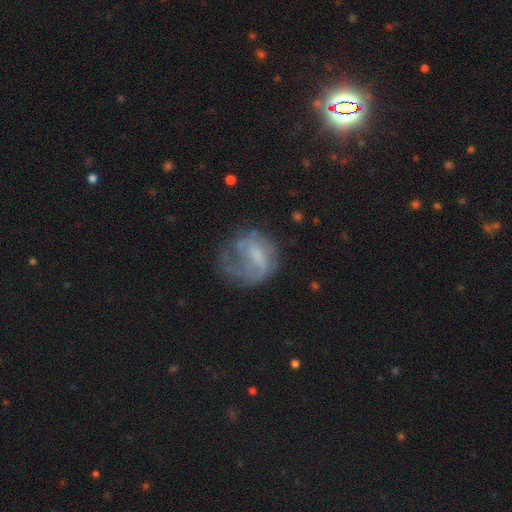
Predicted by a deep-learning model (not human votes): A featured or disk galaxy (55%) with no bar (51%), spiral arms (55%) and no central bulge (46%).

Vote fractions:
- Smooth or featured? featured or disk: 55% / smooth: 36% / star or artifact: 10%
- Edge-on disk? no: 98% / yes: 2%
- Bar? no: 51% / weak: 38% / strong: 11%
- Spiral arms? yes: 55% / no: 45%
- Bulge size? none: 46% / small: 25% / moderate: 23% / large: 6% / dominant: 1%
- Merging? none: 42% / major disturbance: 34% / minor disturbance: 21% / merger: 3%